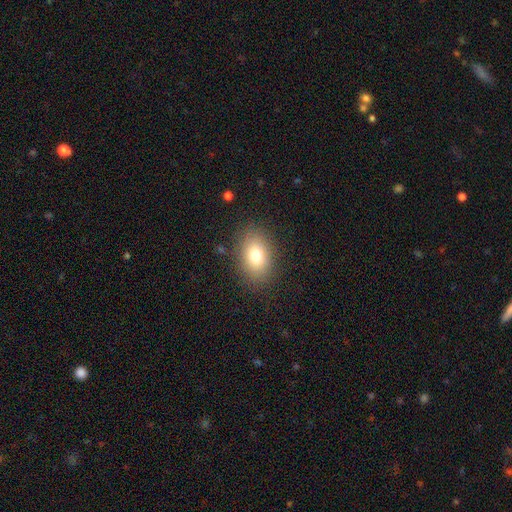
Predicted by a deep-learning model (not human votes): Q: Smooth or featured?
A: smooth (78%); runner-up: featured or disk (12%)
Q: How rounded?
A: in between (80%); runner-up: round (19%)
Q: Merging?
A: none (84%); runner-up: minor disturbance (11%)